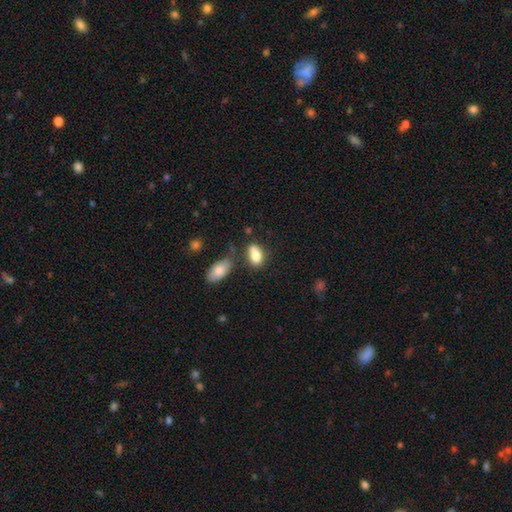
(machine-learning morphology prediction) Smooth or featured: smooth — 78% (featured or disk — 14%)
How rounded: in between — 83% (round — 13%)
Merging: none — 45% (merger — 28%)